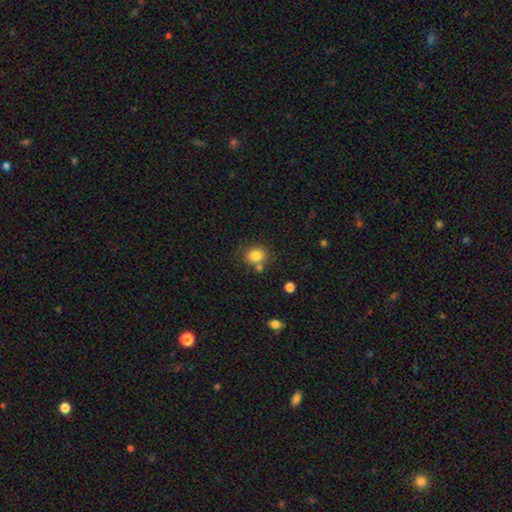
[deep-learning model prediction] This appears to be a smooth galaxy with no disk features (82%) that is round (73%). Merging: none (68%).